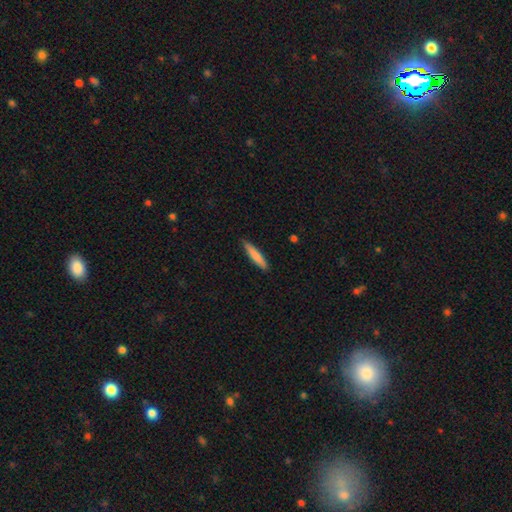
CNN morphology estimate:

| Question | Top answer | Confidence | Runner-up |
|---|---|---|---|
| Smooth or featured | smooth | 81% | featured or disk (14%) |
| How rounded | cigar-shaped | 88% | in between (11%) |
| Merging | none | 85% | minor disturbance (12%) |